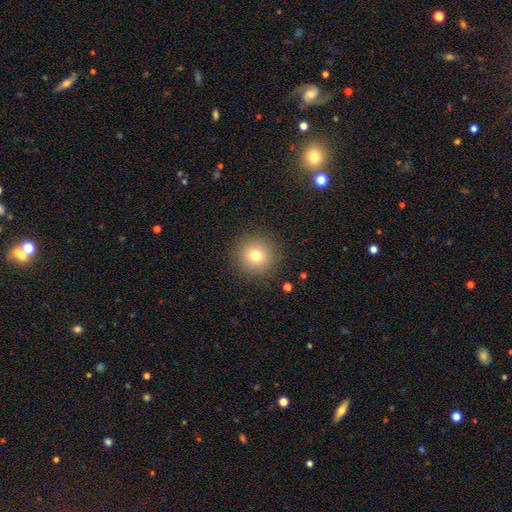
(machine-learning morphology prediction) Smooth or featured? smooth (77%)
How rounded? round (95%)
Merging? none (90%)